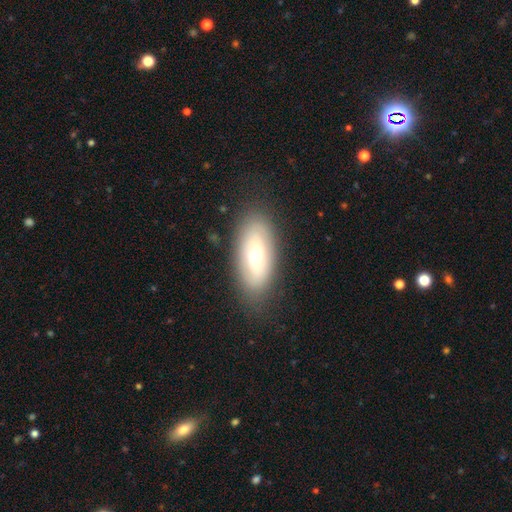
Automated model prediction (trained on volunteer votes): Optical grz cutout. It shows a smooth galaxy with no disk features (55%) that is in between round and cigar-shaped (87%). Merging: none (83%).